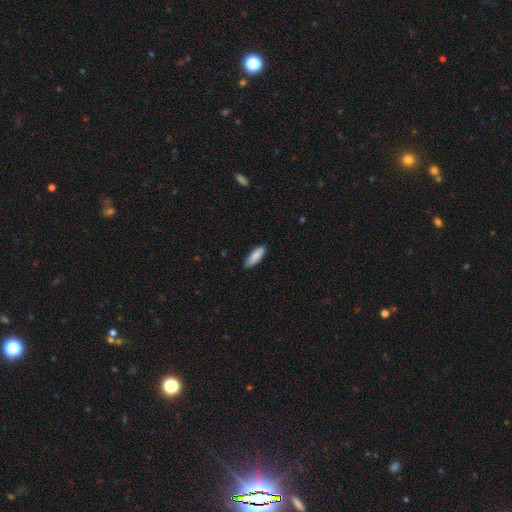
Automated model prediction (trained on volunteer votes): Overall: smooth (88%). How rounded: in between (55%; cigar-shaped 44%). Merging: none (88%).